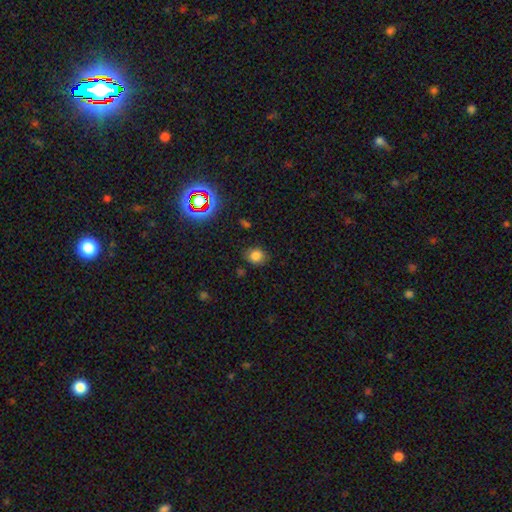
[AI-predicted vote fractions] A smooth galaxy with no disk features (79%) that is round (58%). Merging: none (81%).